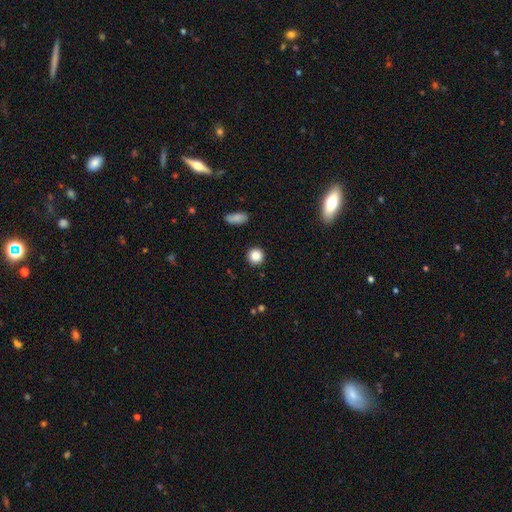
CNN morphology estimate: Smooth or featured? smooth (86%)
How rounded? round (93%)
Merging? none (92%)